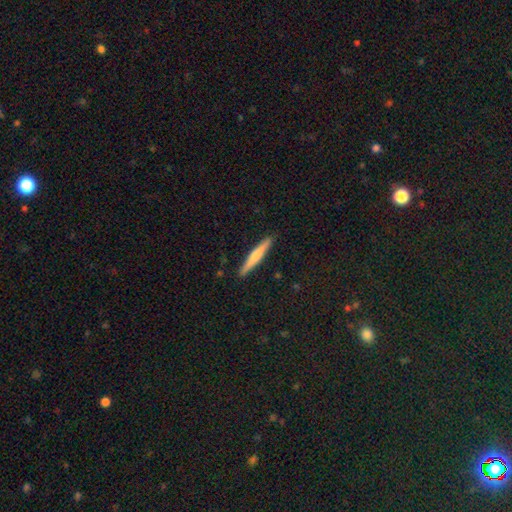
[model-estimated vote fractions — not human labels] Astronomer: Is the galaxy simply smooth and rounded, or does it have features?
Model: smooth — 56% (runner-up: featured or disk, 39%).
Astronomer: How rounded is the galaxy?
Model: cigar-shaped — 94%.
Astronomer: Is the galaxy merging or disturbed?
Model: none — 91%.